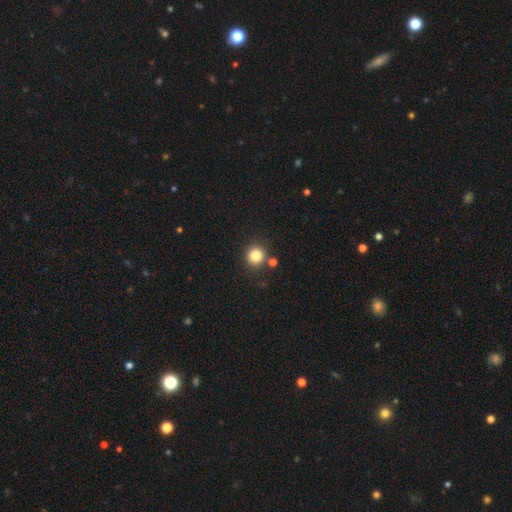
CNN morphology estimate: Overall: smooth (83%). How rounded: round (92%). Merging: none (82%).